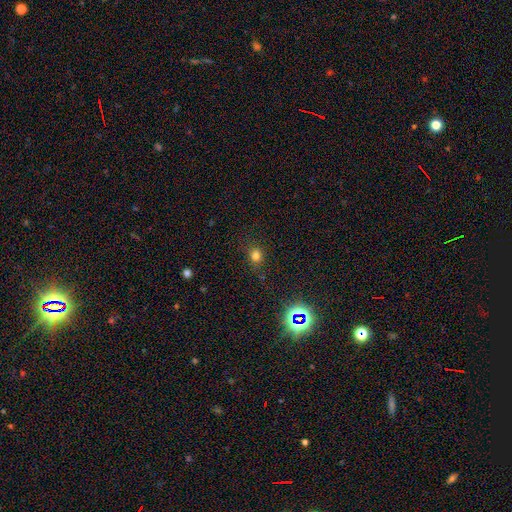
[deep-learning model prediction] A smooth galaxy with no disk features (74%) that is round (68%). Merging: none (79%).